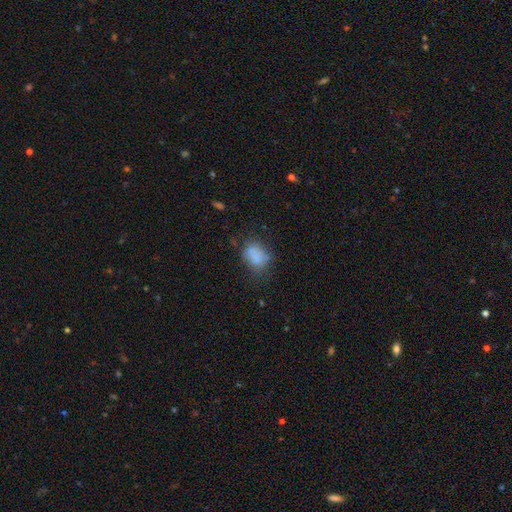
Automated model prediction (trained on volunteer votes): Morphology: type=smooth (75%); roundness=in between (72%); merging=none (49%).